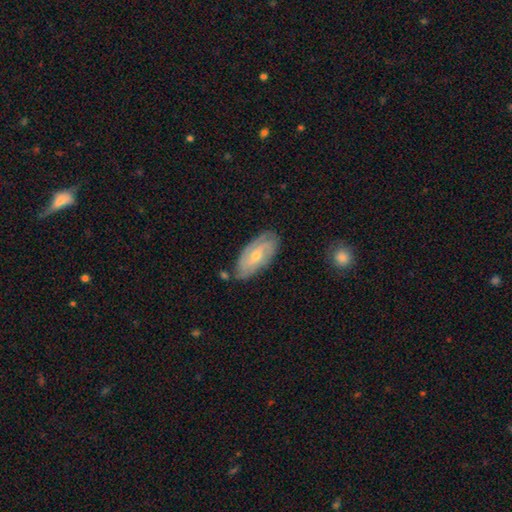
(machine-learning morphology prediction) type=featured or disk (64%); edge-on=no (91%); bar=no (52%); spiral arms=yes (86%); winding=tight (52%); arm count=2 (41%); bulge=small (54%); merging=none (75%).